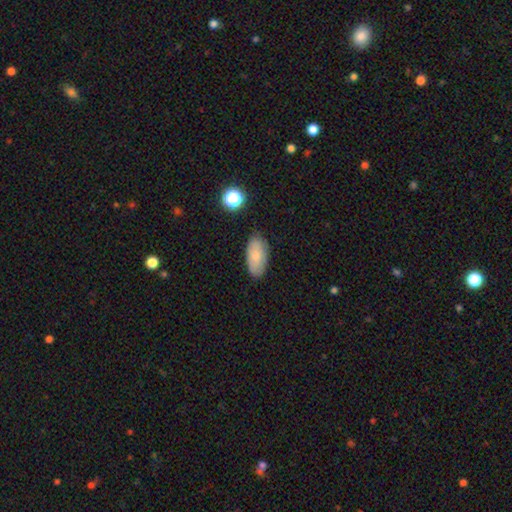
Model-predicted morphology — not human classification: The model was most divided on "smooth or featured": smooth: 78%, featured or disk: 14%, star or artifact: 8%. More confident: how rounded — in between (93%); merging — none (82%).